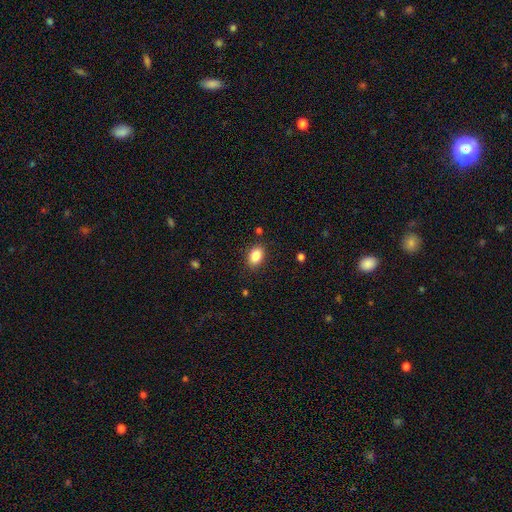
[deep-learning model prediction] Smooth or featured?
  - smooth: 86% *
  - star or artifact: 8%
  - featured or disk: 6%
How rounded?
  - in between: 83% *
  - round: 15%
  - cigar-shaped: 1%
Merging?
  - none: 85% *
  - minor disturbance: 11%
  - major disturbance: 3%
  - merger: 2%